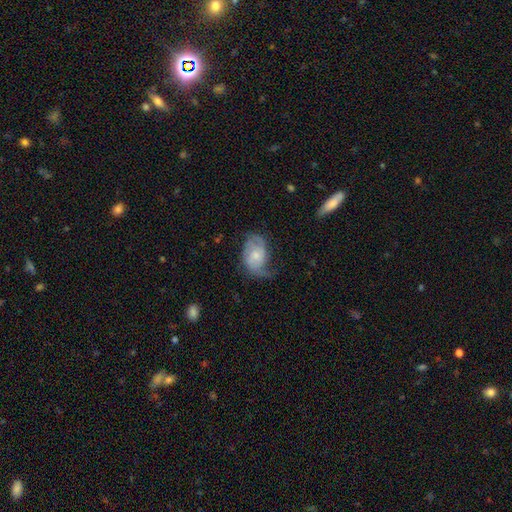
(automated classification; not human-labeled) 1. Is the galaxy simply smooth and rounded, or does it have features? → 67% featured or disk, 26% smooth, 7% star or artifact.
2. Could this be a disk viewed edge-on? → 97% no, 3% yes.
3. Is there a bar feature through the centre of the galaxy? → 67% no, 29% weak, 4% strong.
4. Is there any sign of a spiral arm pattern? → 90% yes, 10% no.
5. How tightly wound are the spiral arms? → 42% medium, 34% loose, 24% tight.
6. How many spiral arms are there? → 66% 2, 14% can't tell, 10% 1, 6% 3, 2% 4, 2% more than 4.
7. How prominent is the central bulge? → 53% small, 36% moderate, 6% none, 4% large, 1% dominant.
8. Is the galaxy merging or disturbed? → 47% none, 29% minor disturbance, 22% major disturbance, 2% merger.